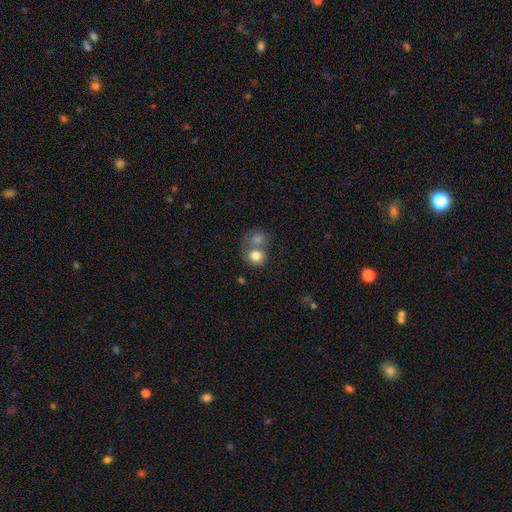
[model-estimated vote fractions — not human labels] smooth-or-featured: smooth: 78% | featured or disk: 13% | star or artifact: 9%
  how-rounded: round: 73% | in between: 26% | cigar-shaped: 1%
  merging: merger: 53% | none: 32% | minor disturbance: 9% | major disturbance: 6%